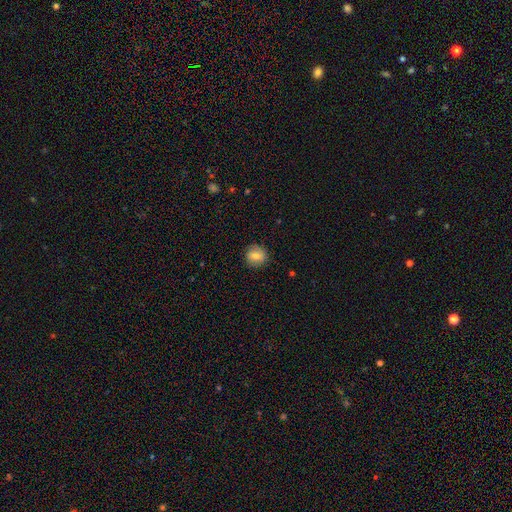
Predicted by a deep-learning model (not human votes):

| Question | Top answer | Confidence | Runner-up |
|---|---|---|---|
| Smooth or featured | smooth | 70% | featured or disk (21%) |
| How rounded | round | 85% | in between (14%) |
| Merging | none | 86% | minor disturbance (10%) |